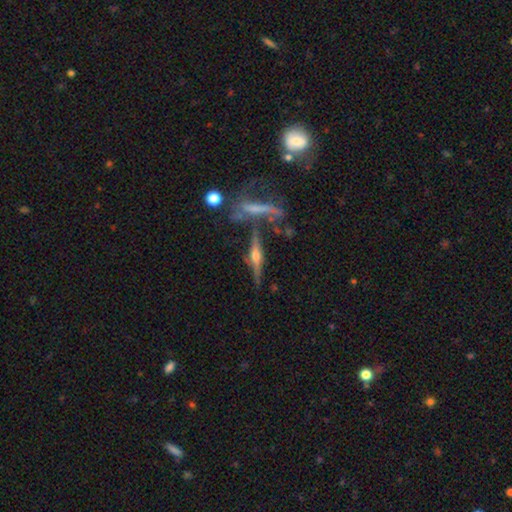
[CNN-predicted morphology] Smooth or featured? featured or disk (76%)
Edge-on disk? yes (92%)
Edge-on bulge? rounded (87%)
Merging? none (61%)